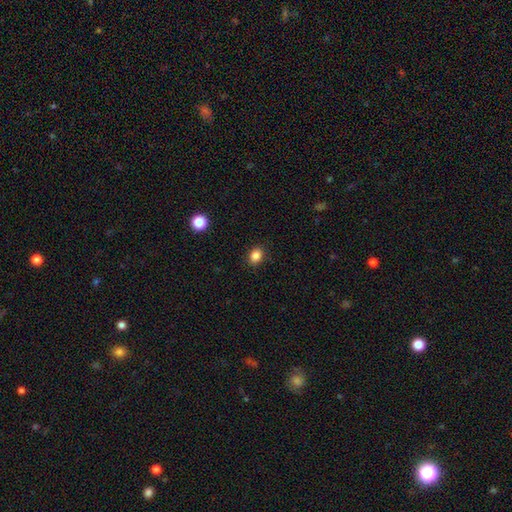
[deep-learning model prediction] This is clearly a smooth galaxy (85%). How rounded: possibly in between (58%). Merging: clearly none (89%).